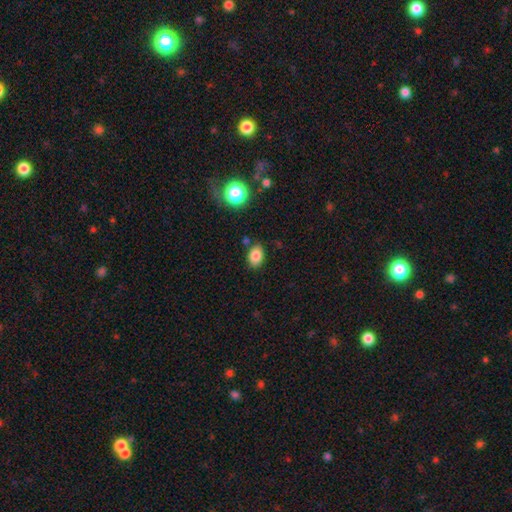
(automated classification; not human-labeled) smooth-or-featured: smooth: 84% | star or artifact: 10% | featured or disk: 7%
  how-rounded: in between: 81% | round: 18% | cigar-shaped: 1%
  merging: none: 81% | minor disturbance: 12% | merger: 4% | major disturbance: 3%